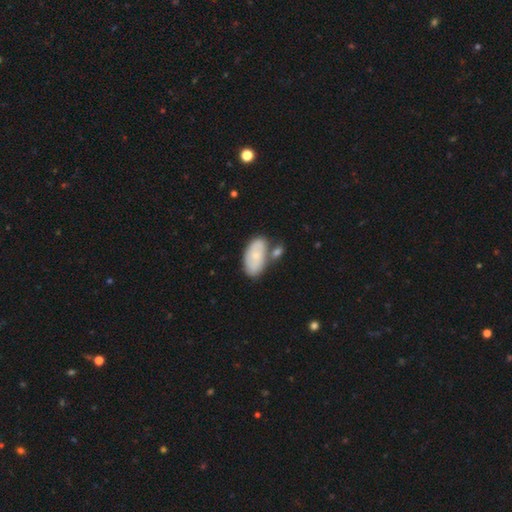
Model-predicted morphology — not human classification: Smooth or featured?
  - smooth: 67% *
  - featured or disk: 26%
  - star or artifact: 6%
How rounded?
  - in between: 94% *
  - round: 4%
  - cigar-shaped: 2%
Merging?
  - none: 51% *
  - merger: 26%
  - minor disturbance: 18%
  - major disturbance: 5%